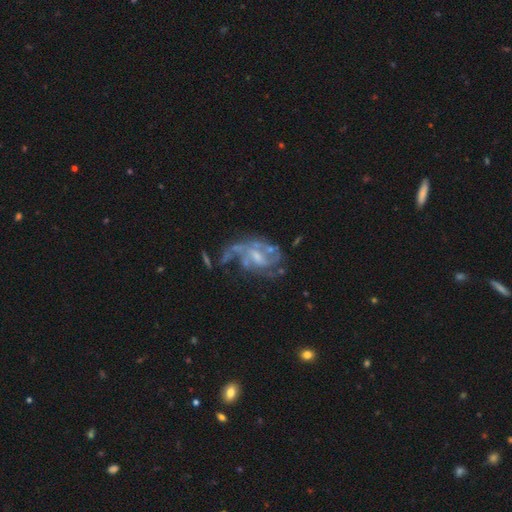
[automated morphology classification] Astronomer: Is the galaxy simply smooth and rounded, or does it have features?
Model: featured or disk — 83%.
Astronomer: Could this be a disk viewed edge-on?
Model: no — 97%.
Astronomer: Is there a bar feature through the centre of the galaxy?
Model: weak — 51% (runner-up: no, 35%).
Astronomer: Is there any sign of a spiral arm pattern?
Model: yes — 85%.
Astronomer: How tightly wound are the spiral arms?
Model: medium — 43% (runner-up: loose, 31%).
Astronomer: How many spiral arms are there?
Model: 2 — 36% (runner-up: can't tell, 28%).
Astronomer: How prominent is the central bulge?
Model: small — 44% (runner-up: moderate, 36%).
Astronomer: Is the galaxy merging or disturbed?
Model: none — 35%, tied with major disturbance at 35%.